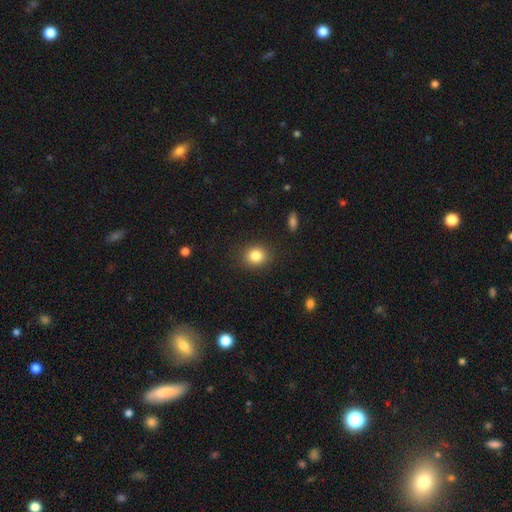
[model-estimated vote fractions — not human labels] The model was most divided on "how rounded": round: 68%, in between: 31%, cigar-shaped: 1%. More confident: merging — none (88%); smooth or featured — smooth (84%).